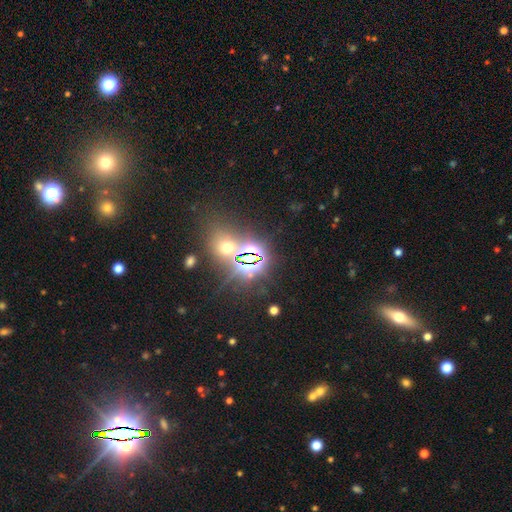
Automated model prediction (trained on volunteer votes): This is likely a star or artifact rather than a galaxy (73%).